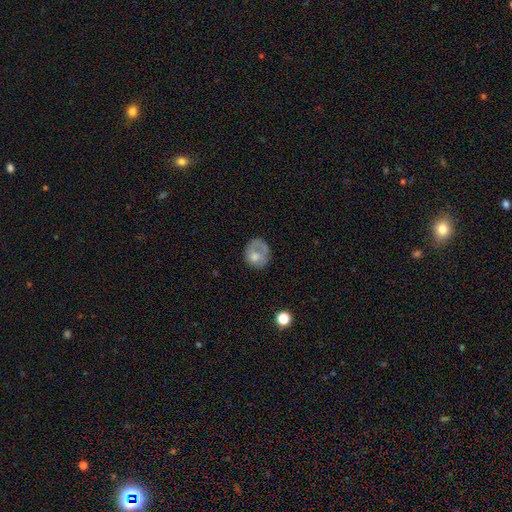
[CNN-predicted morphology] smooth-or-featured: smooth: 62% | featured or disk: 30% | star or artifact: 9%
  how-rounded: round: 66% | in between: 33% | cigar-shaped: 1%
  merging: none: 42% | major disturbance: 27% | minor disturbance: 26% | merger: 4%